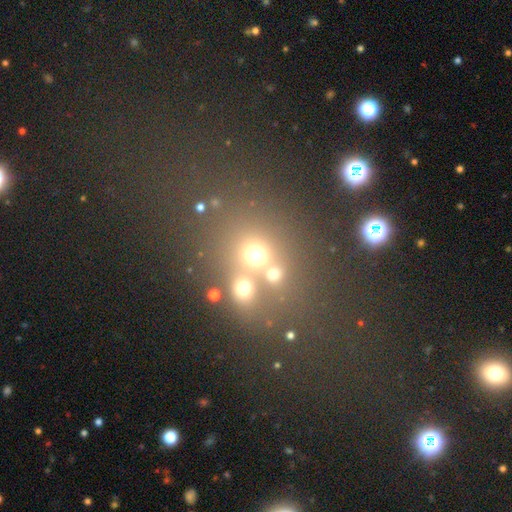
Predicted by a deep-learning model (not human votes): The model was most divided on "merging": none: 49%, merger: 35%, minor disturbance: 9%, major disturbance: 7%. More confident: how rounded — round (69%); smooth or featured — smooth (53%).